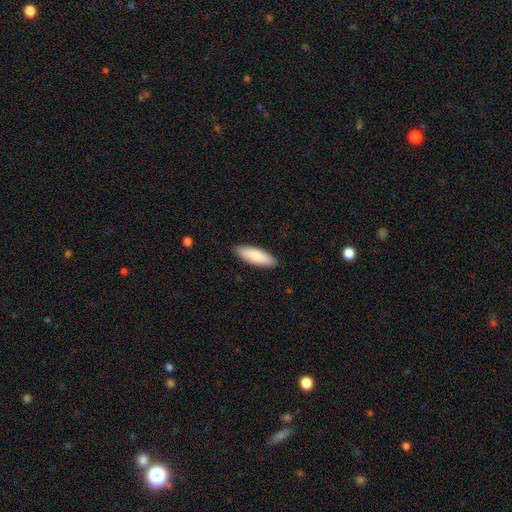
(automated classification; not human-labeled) This is clearly a smooth galaxy (83%). How rounded: likely in between (63%). Merging: clearly none (87%).